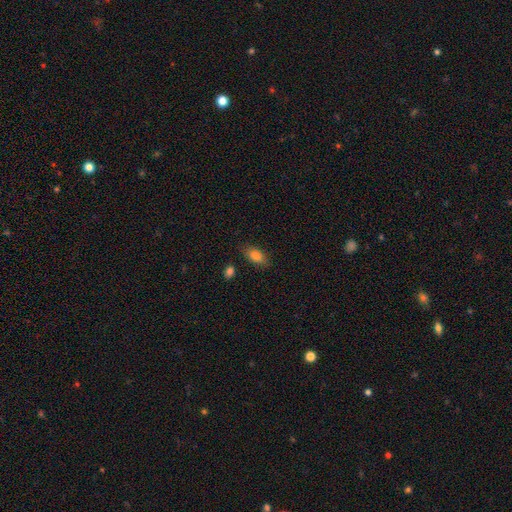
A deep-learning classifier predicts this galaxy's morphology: smooth_or_featured: smooth (p=0.83) [alt: featured or disk p=0.09]
how_rounded: in between (p=0.87) [alt: cigar-shaped p=0.08]
merging: none (p=0.81) [alt: minor disturbance p=0.13]